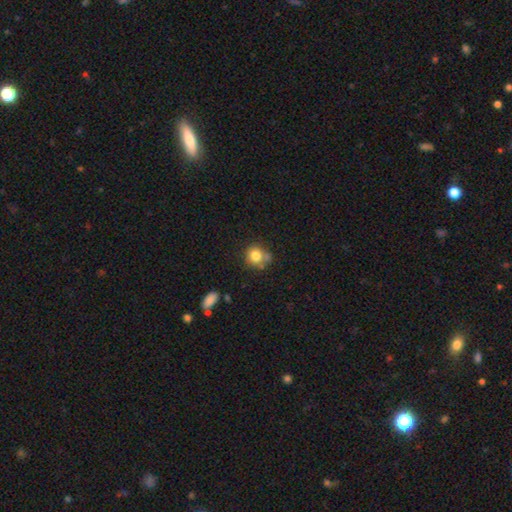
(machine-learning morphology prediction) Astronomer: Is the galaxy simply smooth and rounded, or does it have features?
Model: smooth — 80%.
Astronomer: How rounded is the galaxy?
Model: round — 83%.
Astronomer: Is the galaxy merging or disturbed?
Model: none — 62%.